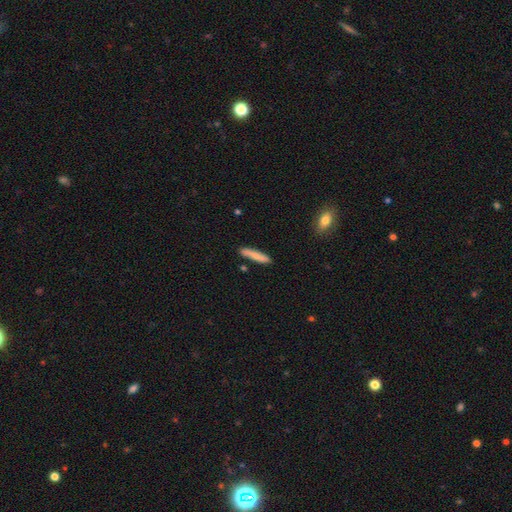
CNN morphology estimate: Overall: smooth (76%). How rounded: cigar-shaped (89%). Merging: none (84%).